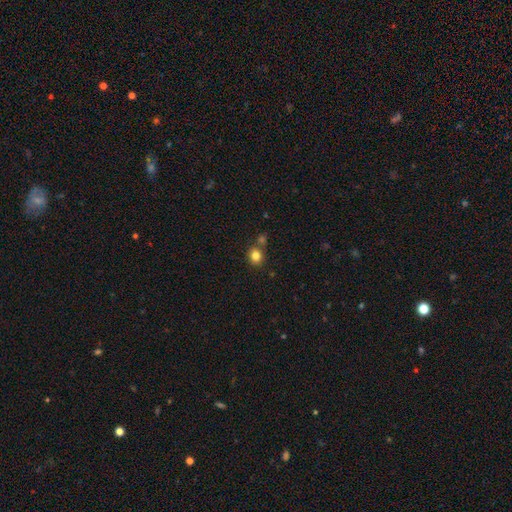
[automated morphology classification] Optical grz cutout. It shows a smooth galaxy with no disk features (83%) that is round (76%). Merging: none (70%).